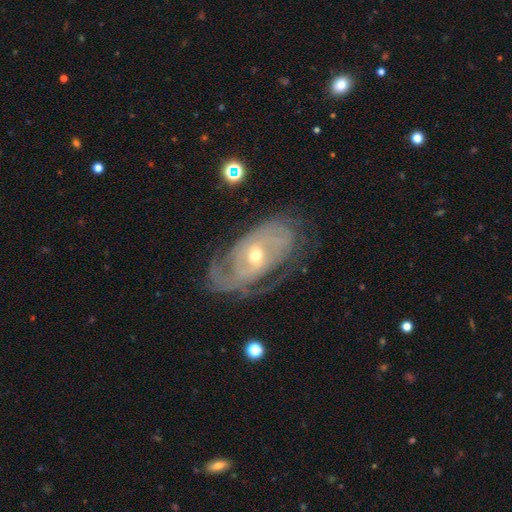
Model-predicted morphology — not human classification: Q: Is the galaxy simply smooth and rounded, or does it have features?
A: featured or disk — 85%.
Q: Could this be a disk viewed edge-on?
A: no — 93%.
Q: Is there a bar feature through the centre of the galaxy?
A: no — 64%.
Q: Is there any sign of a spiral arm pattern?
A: yes — 90%.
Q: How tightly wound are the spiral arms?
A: tight — 63%.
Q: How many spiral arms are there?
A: can't tell — 40%.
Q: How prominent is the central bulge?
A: moderate — 49%.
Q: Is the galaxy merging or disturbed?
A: none — 62%.